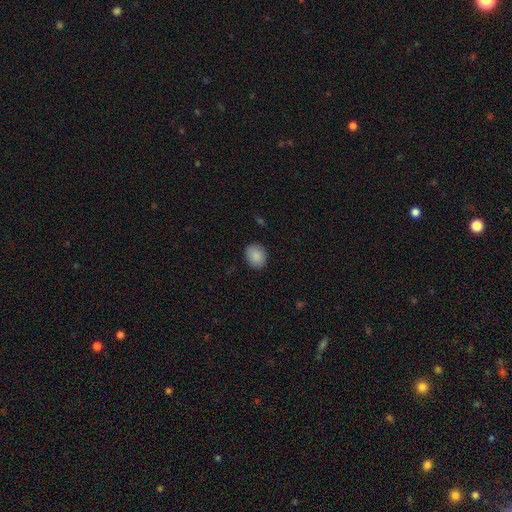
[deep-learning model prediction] Smooth or featured? smooth (89%)
How rounded? round (52%)
Merging? none (88%)